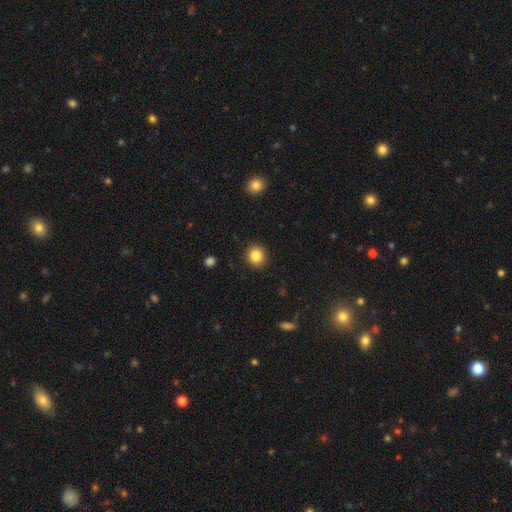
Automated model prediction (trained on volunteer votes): Smooth or featured?
  - smooth: 85% *
  - star or artifact: 10%
  - featured or disk: 5%
How rounded?
  - round: 88% *
  - in between: 11%
  - cigar-shaped: 1%
Merging?
  - none: 91% *
  - minor disturbance: 6%
  - major disturbance: 2%
  - merger: 1%